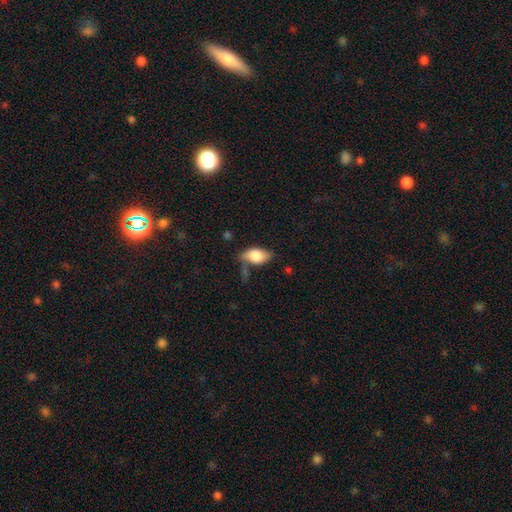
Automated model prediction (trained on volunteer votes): Q: Smooth or featured?
A: smooth (76%); runner-up: featured or disk (17%)
Q: How rounded?
A: in between (90%); runner-up: round (6%)
Q: Merging?
A: none (53%); runner-up: minor disturbance (26%)